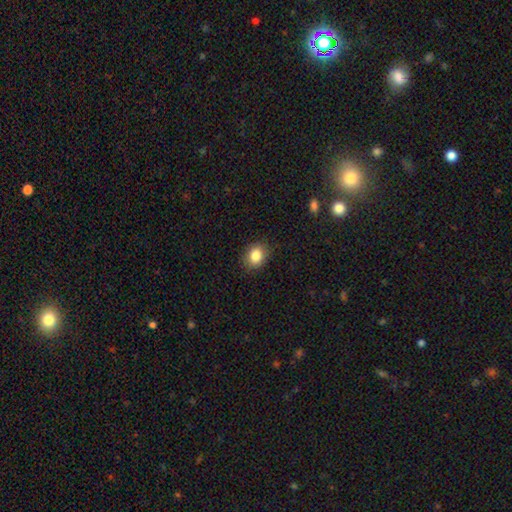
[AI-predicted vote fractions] Smooth or featured? Predicted: smooth (p=0.85). How rounded? Predicted: in between (p=0.52). Merging? Predicted: none (p=0.86).